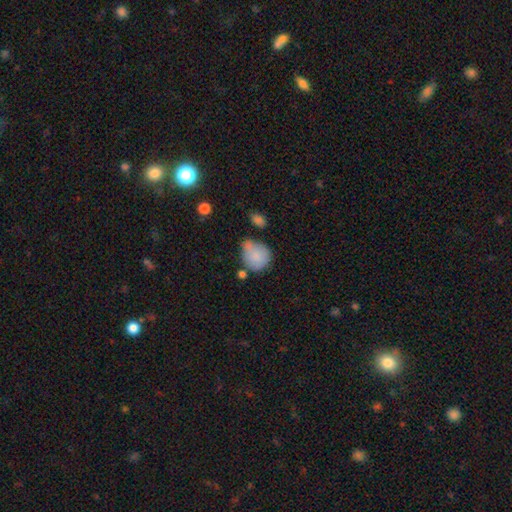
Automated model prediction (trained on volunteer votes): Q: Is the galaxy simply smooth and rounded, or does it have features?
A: smooth — 82%.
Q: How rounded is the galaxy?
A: round — 72%.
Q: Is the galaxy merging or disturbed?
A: none — 46%.